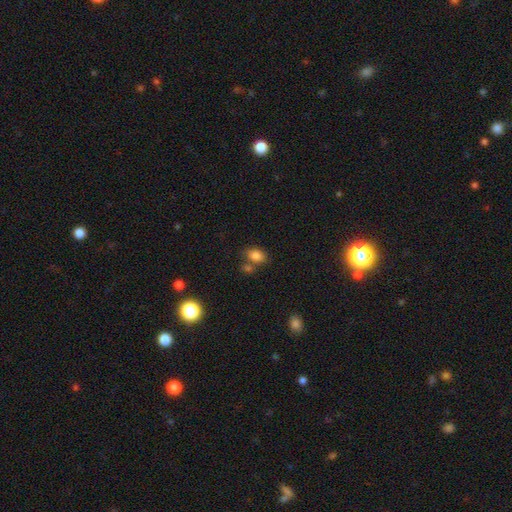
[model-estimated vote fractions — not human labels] The model was most divided on "merging": none: 59%, merger: 23%, minor disturbance: 14%, major disturbance: 5%. More confident: smooth or featured — smooth (82%); how rounded — in between (75%).